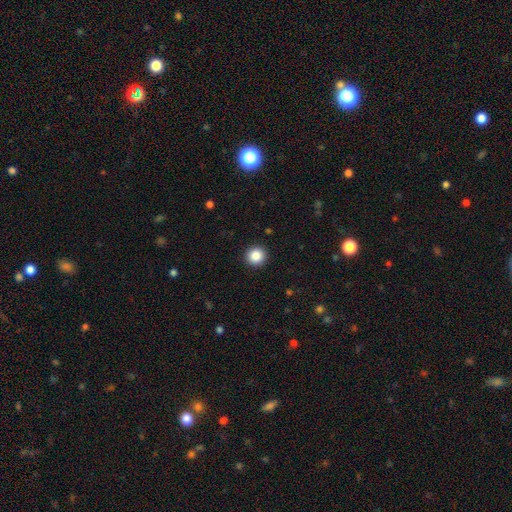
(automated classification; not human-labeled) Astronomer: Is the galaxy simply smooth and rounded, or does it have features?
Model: smooth — 86%.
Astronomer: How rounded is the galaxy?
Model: round — 94%.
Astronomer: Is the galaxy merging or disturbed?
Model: none — 93%.